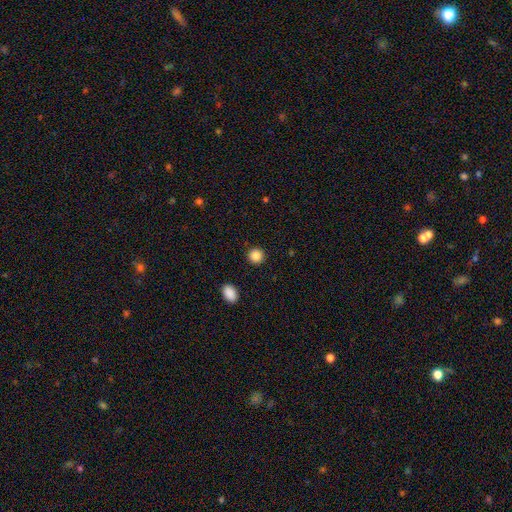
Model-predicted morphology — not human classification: This appears to be a smooth galaxy with no disk features (87%) that is round (92%). Merging: none (92%).